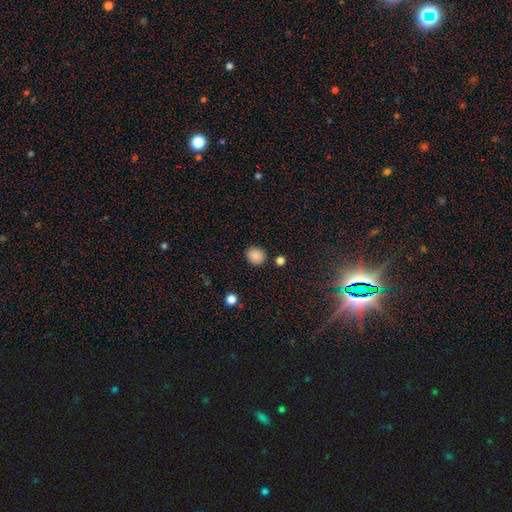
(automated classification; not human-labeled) Smooth or featured: smooth — 86% (star or artifact — 10%)
How rounded: round — 70% (in between — 29%)
Merging: none — 85% (minor disturbance — 9%)